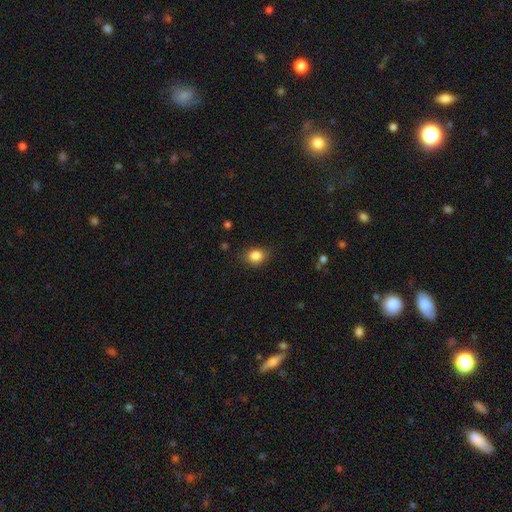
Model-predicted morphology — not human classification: Smooth or featured? Predicted: smooth (p=0.85). How rounded? Predicted: round (p=0.51). Merging? Predicted: none (p=0.81).